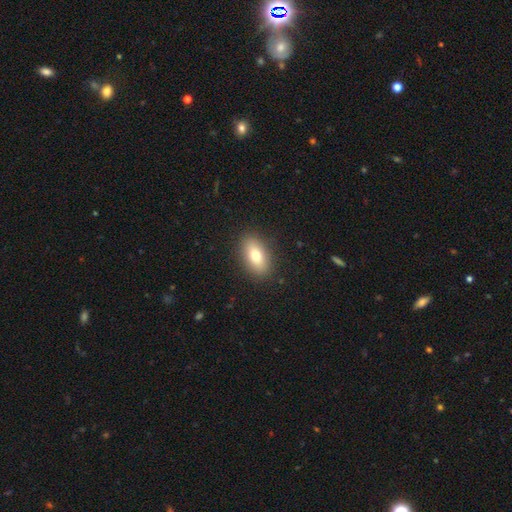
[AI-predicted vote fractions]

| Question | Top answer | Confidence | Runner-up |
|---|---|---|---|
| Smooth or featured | smooth | 77% | featured or disk (15%) |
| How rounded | in between | 88% | round (8%) |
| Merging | none | 89% | minor disturbance (8%) |